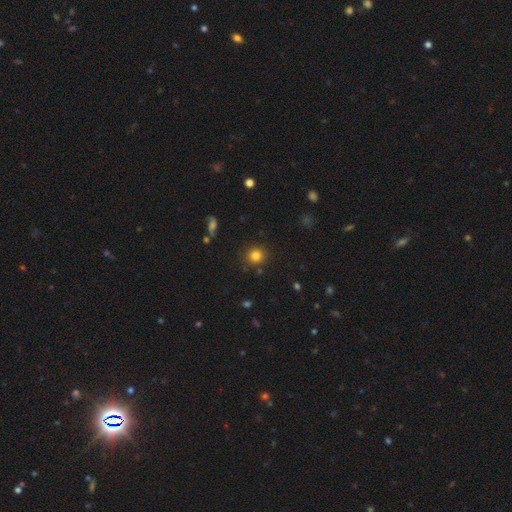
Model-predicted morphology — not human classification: smooth_or_featured: smooth (p=0.81) [alt: star or artifact p=0.13]
how_rounded: round (p=0.91) [alt: in between p=0.08]
merging: none (p=0.87) [alt: minor disturbance p=0.08]